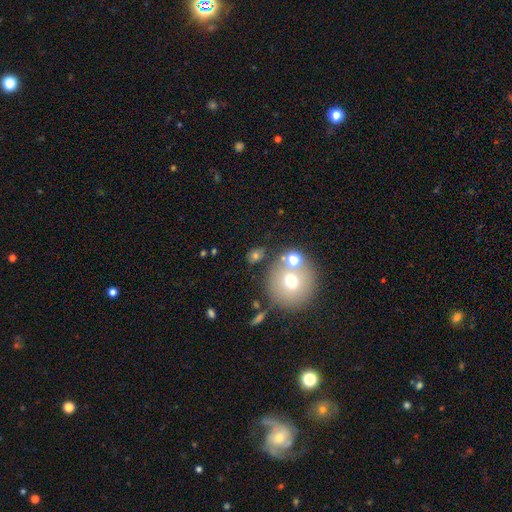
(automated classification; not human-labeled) Overall: smooth (67%). How rounded: round (52%; in between 46%). Merging: none (67%).